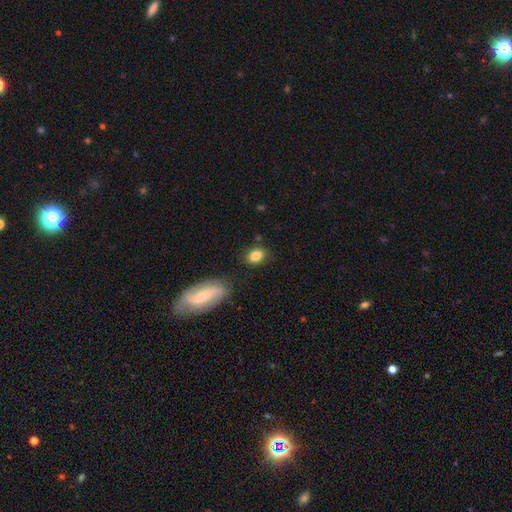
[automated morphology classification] Smooth or featured? smooth (81%)
How rounded? in between (74%)
Merging? none (79%)